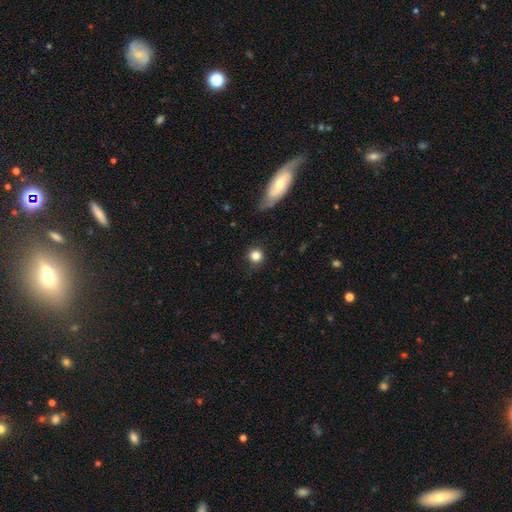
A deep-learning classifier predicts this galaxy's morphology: Smooth or featured: smooth — 83% (star or artifact — 10%)
How rounded: round — 92% (in between — 7%)
Merging: none — 84% (minor disturbance — 11%)